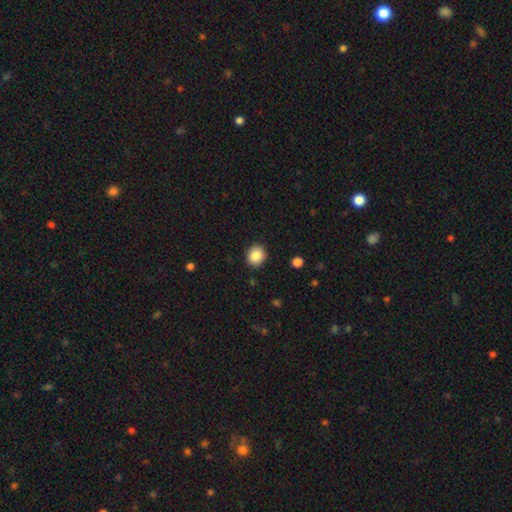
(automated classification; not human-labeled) The model was most divided on "how rounded": round: 73%, in between: 26%, cigar-shaped: 1%. More confident: merging — none (90%); smooth or featured — smooth (87%).